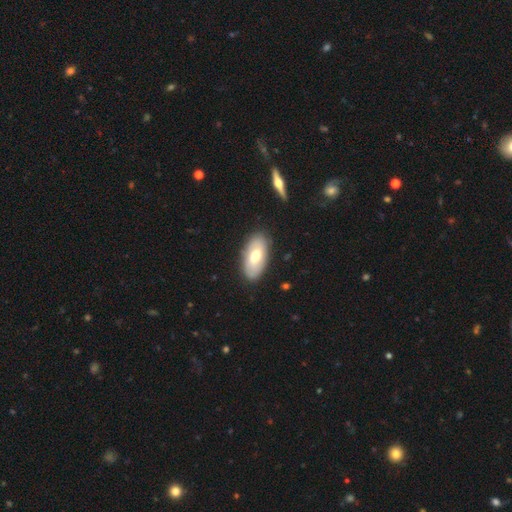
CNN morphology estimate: A smooth galaxy with no disk features (59%) that is in between round and cigar-shaped (93%). Merging: none (85%).